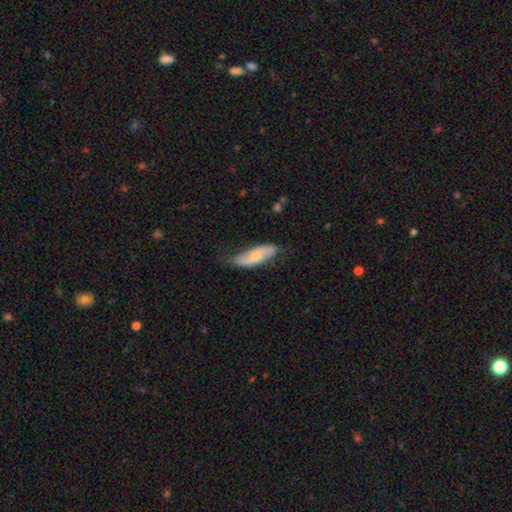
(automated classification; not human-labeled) smooth 50%, featured or disk 45%, star or artifact 6%. Down the decision tree: merging — none (58%).